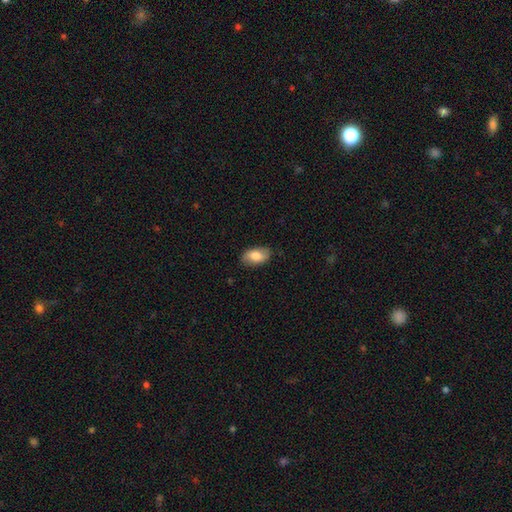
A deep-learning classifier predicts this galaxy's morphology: type=smooth (77%); roundness=in between (93%); merging=none (84%).